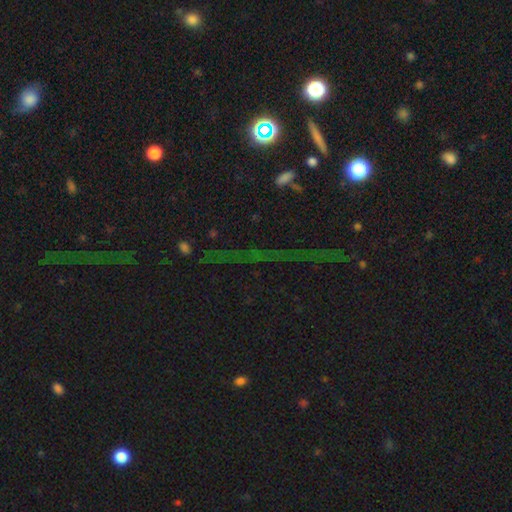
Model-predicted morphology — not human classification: Q: Smooth or featured?
A: star or artifact (74%); runner-up: smooth (14%)